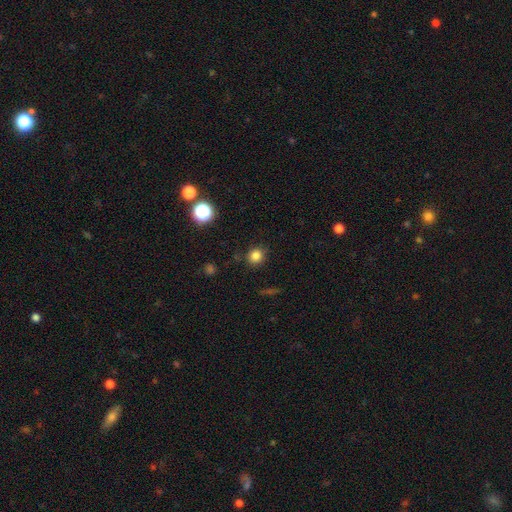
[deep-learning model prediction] Smooth or featured? smooth (82%)
How rounded? round (86%)
Merging? none (85%)